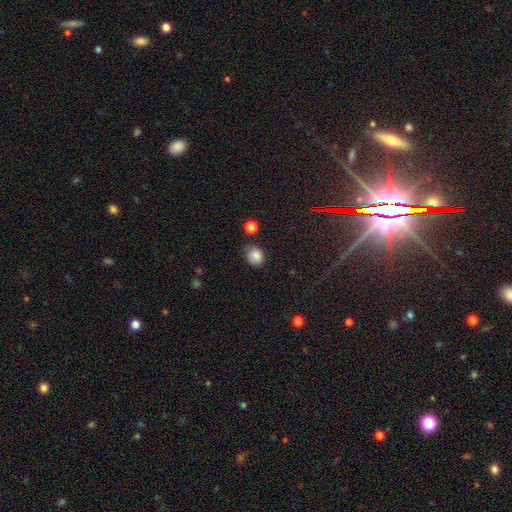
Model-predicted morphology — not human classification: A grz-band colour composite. It shows a smooth galaxy with no disk features (82%) that is in between round and cigar-shaped (54%). Merging: none (69%).